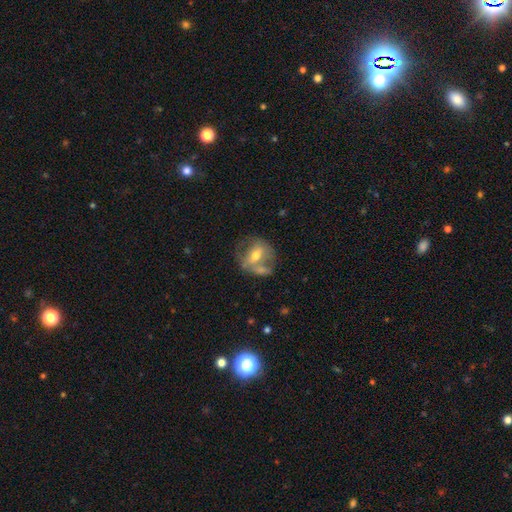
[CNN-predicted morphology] A featured or disk galaxy (54%).

Vote fractions:
- Smooth or featured? featured or disk: 54% / smooth: 39% / star or artifact: 8%
- Edge-on disk? no: 91% / yes: 9%
- Merging? none: 45% / merger: 23% / minor disturbance: 20% / major disturbance: 12%